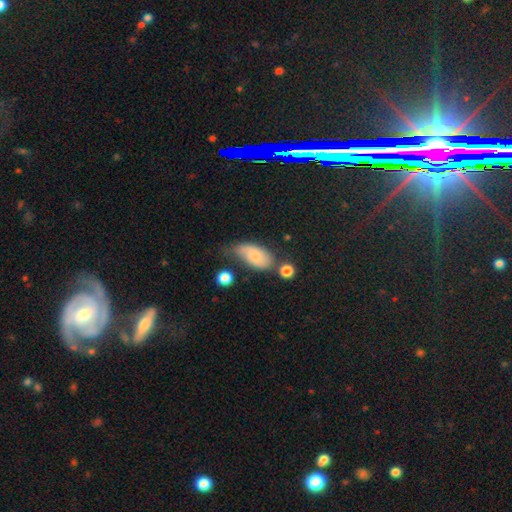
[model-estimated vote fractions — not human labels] Smooth or featured? smooth (67%)
How rounded? in between (91%)
Merging? none (45%)